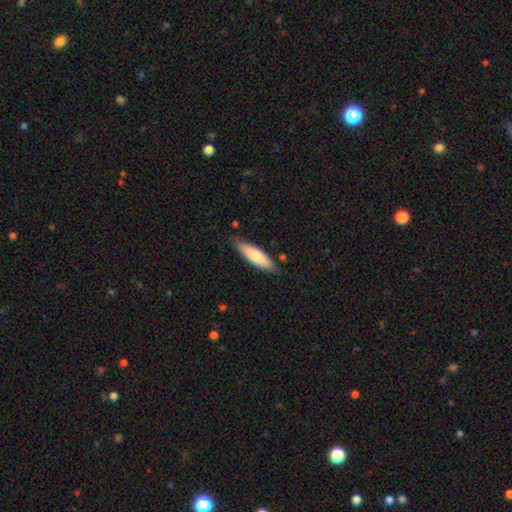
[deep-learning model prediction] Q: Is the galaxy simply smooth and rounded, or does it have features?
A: smooth — 74%.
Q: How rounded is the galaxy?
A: cigar-shaped — 52%.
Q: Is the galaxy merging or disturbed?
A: none — 80%.